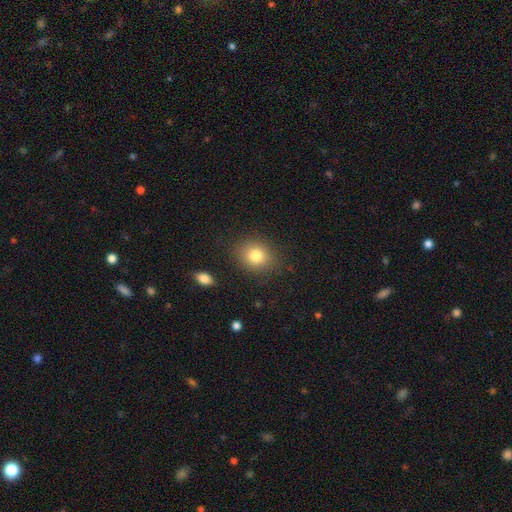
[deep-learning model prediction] The model was most divided on "how rounded": round: 63%, in between: 36%, cigar-shaped: 1%. More confident: merging — none (84%); smooth or featured — smooth (80%).